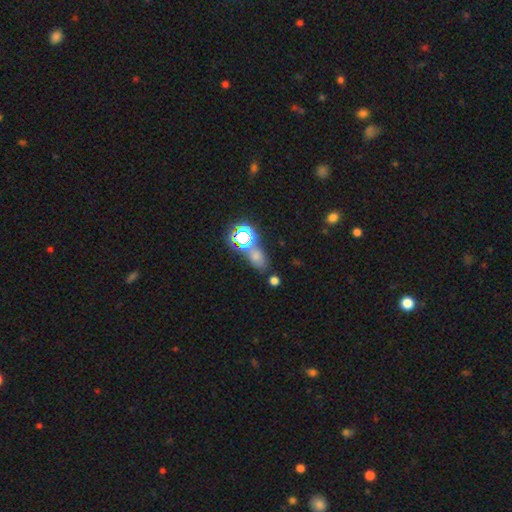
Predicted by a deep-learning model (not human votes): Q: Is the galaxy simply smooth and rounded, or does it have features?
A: smooth — 55%.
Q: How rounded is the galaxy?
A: in between — 73%.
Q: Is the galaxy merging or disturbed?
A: none — 63%.